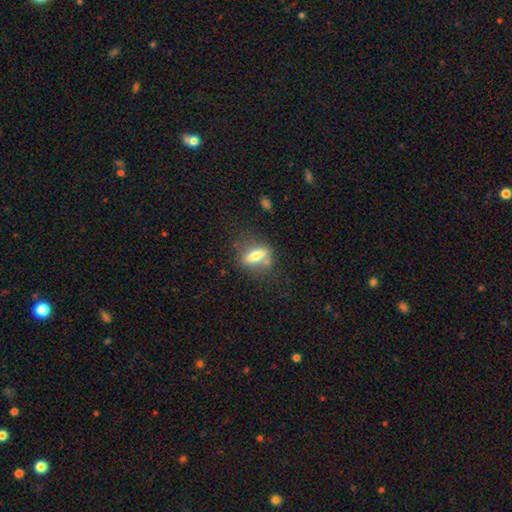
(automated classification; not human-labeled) Q: Smooth or featured?
A: smooth (59%); runner-up: featured or disk (32%)
Q: How rounded?
A: in between (47%); runner-up: cigar-shaped (46%)
Q: Merging?
A: none (69%); runner-up: minor disturbance (16%)